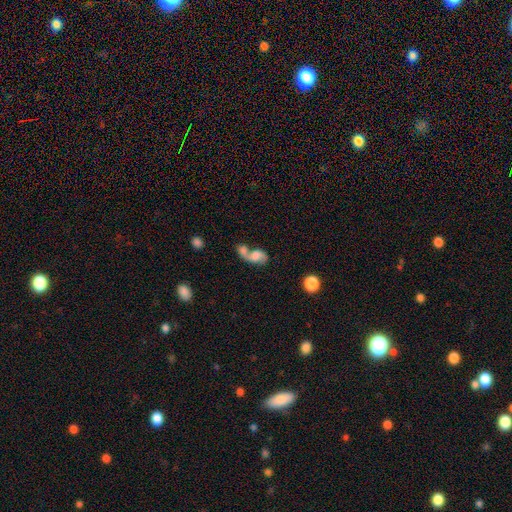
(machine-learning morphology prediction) The model was most divided on "bulge size": none: 28%, moderate: 27%, small: 22%, large: 19%, dominant: 5%. More confident: edge-on disk — no (96%); spiral arms — yes (78%); bar — no (65%); merging — merger (65%); smooth or featured — featured or disk (53%).